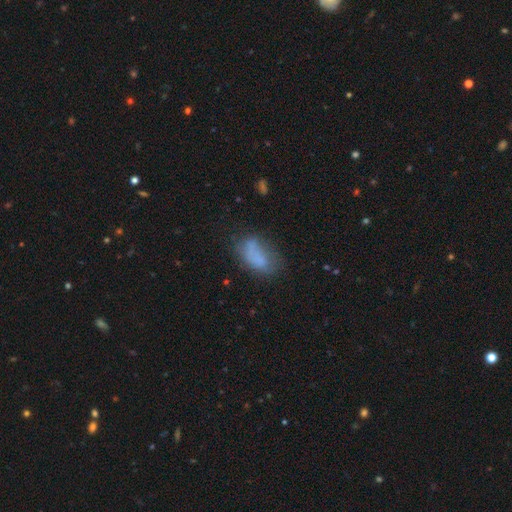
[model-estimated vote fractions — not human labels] Overall: smooth (68%). How rounded: in between (90%). Merging: none (42%; minor disturbance 28%).